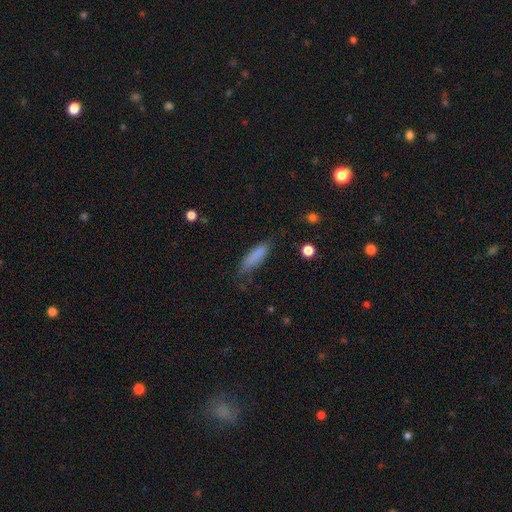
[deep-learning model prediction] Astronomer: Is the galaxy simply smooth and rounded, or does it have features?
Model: smooth — 83%.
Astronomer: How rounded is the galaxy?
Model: cigar-shaped — 57% (runner-up: in between, 41%).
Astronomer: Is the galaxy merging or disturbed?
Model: none — 67%.